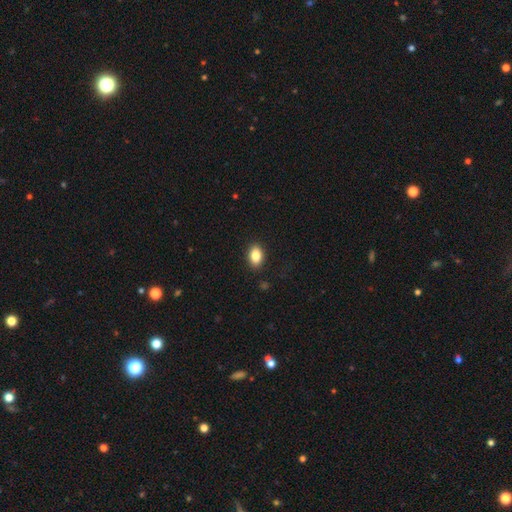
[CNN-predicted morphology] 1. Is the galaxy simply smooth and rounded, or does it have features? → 85% smooth, 9% star or artifact, 6% featured or disk.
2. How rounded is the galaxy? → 82% in between, 16% round, 1% cigar-shaped.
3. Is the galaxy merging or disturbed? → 89% none, 8% minor disturbance, 2% major disturbance, 1% merger.